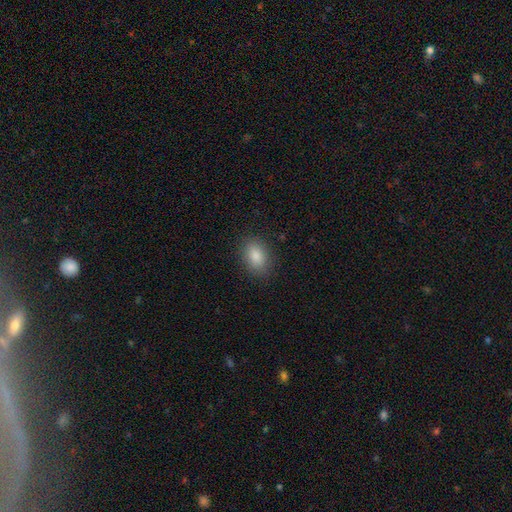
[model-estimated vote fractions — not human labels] smooth_or_featured: smooth (p=0.85) [alt: star or artifact p=0.09]
how_rounded: in between (p=0.82) [alt: round p=0.16]
merging: none (p=0.88) [alt: minor disturbance p=0.09]